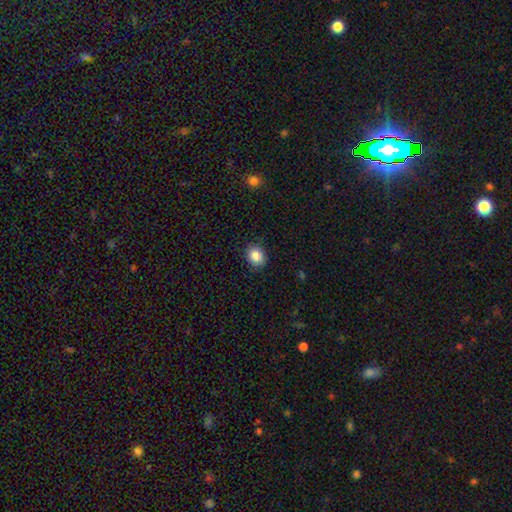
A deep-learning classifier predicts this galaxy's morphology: smooth-or-featured: smooth: 86% | star or artifact: 9% | featured or disk: 5%
  how-rounded: round: 57% | in between: 42% | cigar-shaped: 1%
  merging: none: 86% | minor disturbance: 10% | major disturbance: 2% | merger: 1%